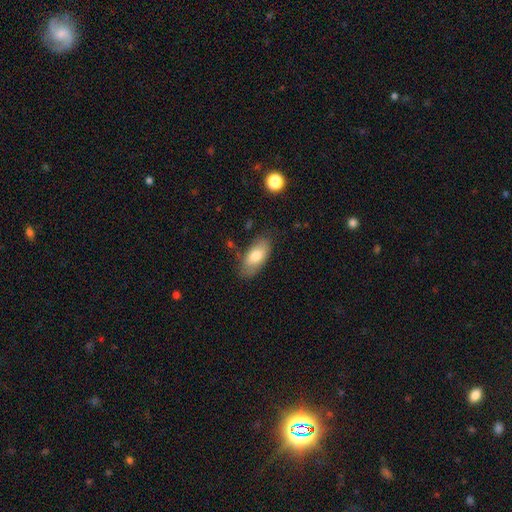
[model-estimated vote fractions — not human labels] Morphology: type=smooth (76%); roundness=in between (90%); merging=none (73%).